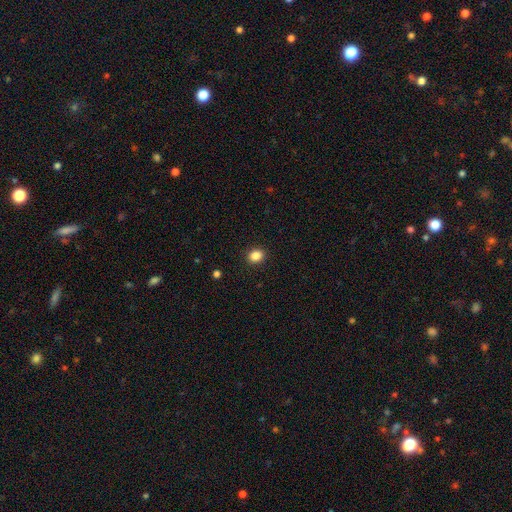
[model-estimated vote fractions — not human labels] smooth 86%, star or artifact 10%, featured or disk 3%. Down the decision tree: how rounded — round (59%); merging — none (91%).